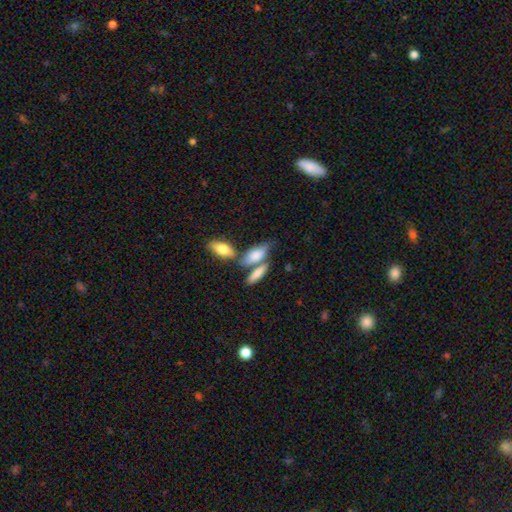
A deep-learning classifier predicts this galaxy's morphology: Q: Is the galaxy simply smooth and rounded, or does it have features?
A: smooth — 78%.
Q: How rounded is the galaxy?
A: in between — 75%.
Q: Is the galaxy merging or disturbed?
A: none — 47%.